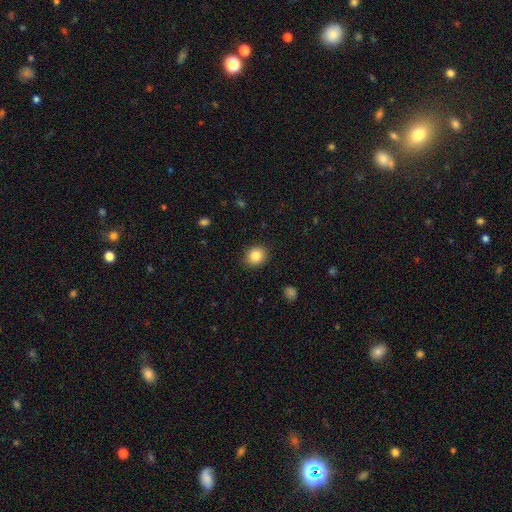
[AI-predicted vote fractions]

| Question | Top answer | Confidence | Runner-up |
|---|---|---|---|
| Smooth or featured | smooth | 85% | star or artifact (9%) |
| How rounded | round | 74% | in between (25%) |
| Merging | none | 90% | minor disturbance (7%) |